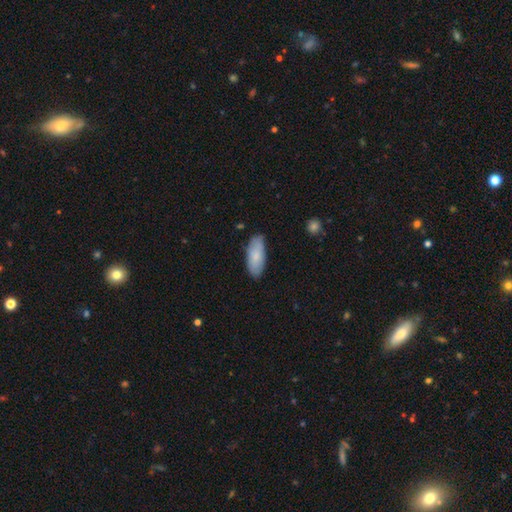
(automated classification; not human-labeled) Overall: smooth (80%). How rounded: in between (82%). Merging: none (83%).